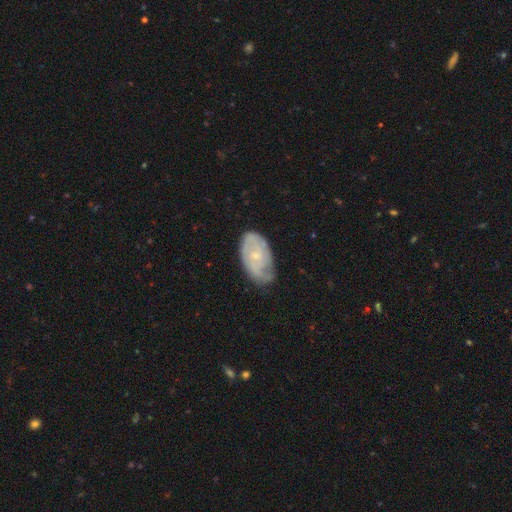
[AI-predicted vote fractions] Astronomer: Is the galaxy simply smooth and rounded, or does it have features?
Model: featured or disk — 63%.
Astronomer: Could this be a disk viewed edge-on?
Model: no — 95%.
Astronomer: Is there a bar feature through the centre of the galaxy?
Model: no — 76%.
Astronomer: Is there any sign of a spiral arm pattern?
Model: yes — 78%.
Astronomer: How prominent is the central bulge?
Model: small — 73%.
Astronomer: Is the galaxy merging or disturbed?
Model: none — 58%.